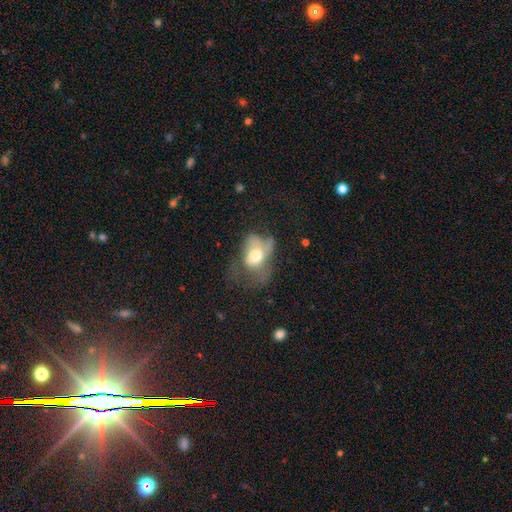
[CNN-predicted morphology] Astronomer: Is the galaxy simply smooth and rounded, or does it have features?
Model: smooth — 54% (runner-up: featured or disk, 36%).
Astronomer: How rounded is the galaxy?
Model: in between — 76%.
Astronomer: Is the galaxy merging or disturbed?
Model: major disturbance — 55%.